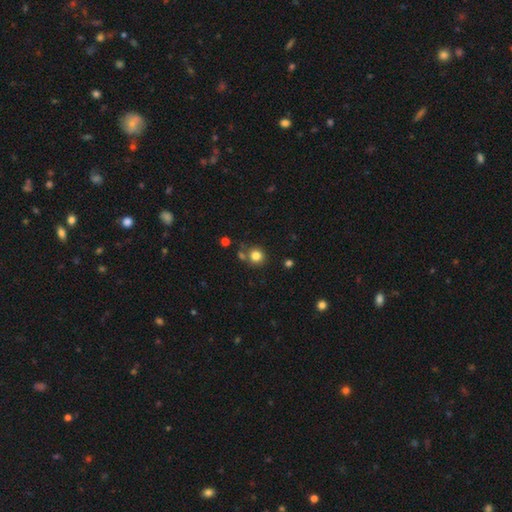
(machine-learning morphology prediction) smooth_or_featured: smooth (p=0.82) [alt: star or artifact p=0.12]
how_rounded: round (p=0.89) [alt: in between p=0.10]
merging: none (p=0.73) [alt: merger p=0.13]